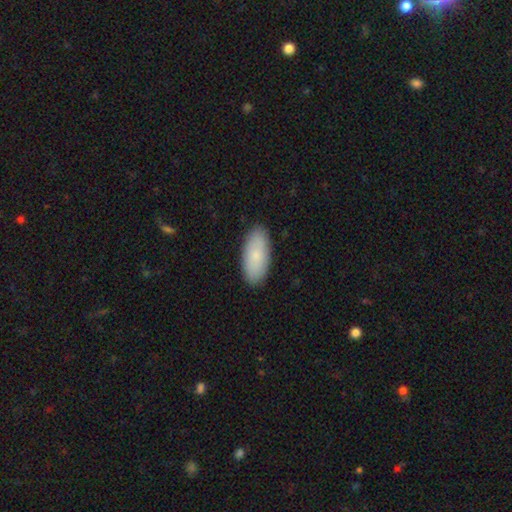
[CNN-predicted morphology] type=smooth (83%); roundness=in between (88%); merging=none (89%).